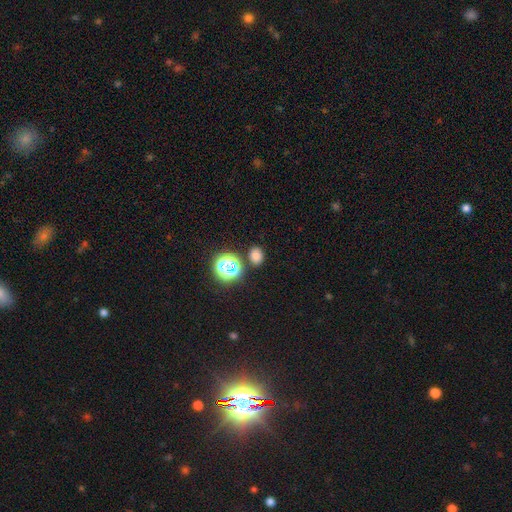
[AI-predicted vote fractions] Smooth or featured: smooth — 74% (star or artifact — 21%)
How rounded: round — 53% (in between — 46%)
Merging: none — 81% (minor disturbance — 9%)